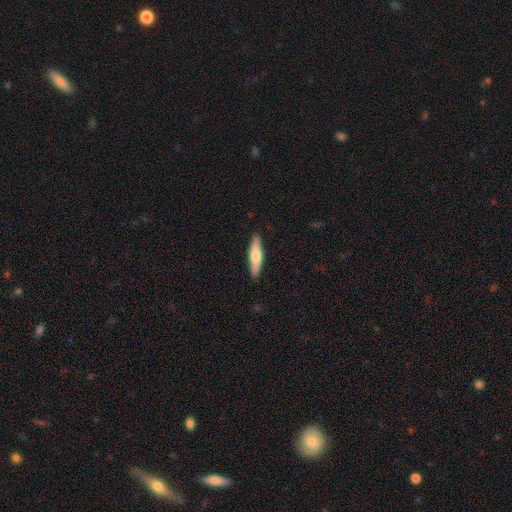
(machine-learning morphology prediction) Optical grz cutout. It shows a smooth galaxy with no disk features (68%) that is cigar-shaped (77%). Merging: none (89%).